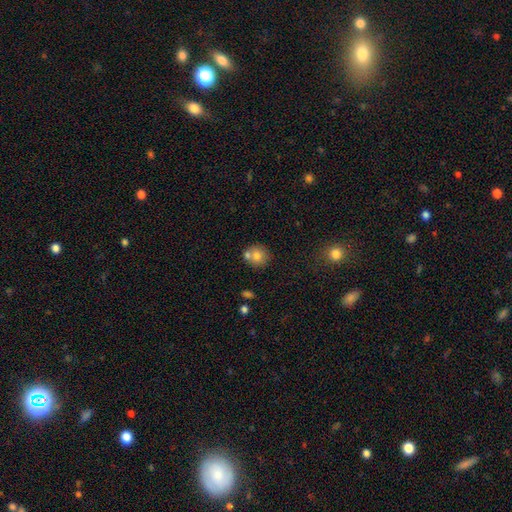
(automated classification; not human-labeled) The model was most divided on "merging": none: 57%, merger: 30%, minor disturbance: 10%, major disturbance: 3%. More confident: how rounded — round (85%); smooth or featured — smooth (75%).